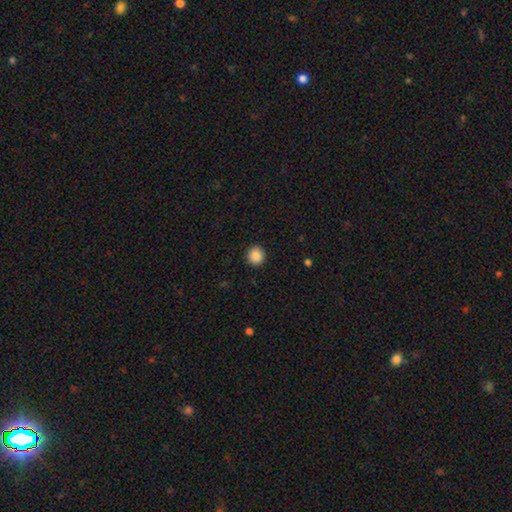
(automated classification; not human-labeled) A smooth galaxy with no disk features (89%) that is round (91%). Merging: none (92%).